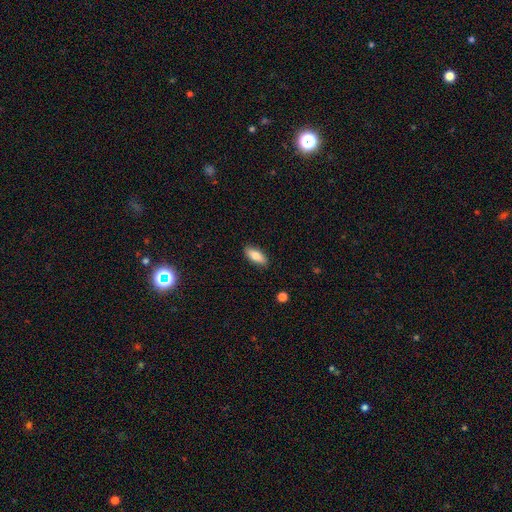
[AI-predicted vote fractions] Smooth or featured? smooth (81%)
How rounded? in between (82%)
Merging? none (86%)